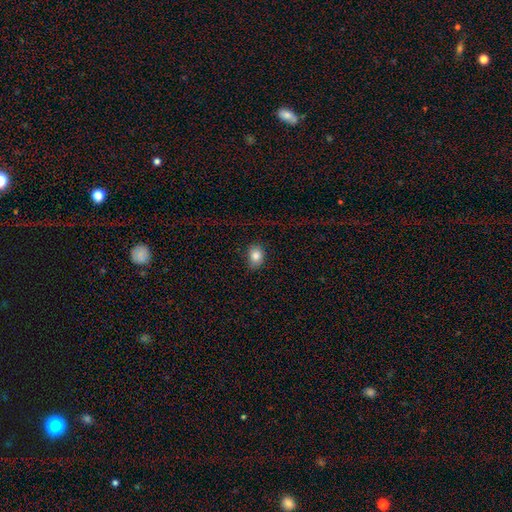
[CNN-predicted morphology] smooth-or-featured: smooth: 84% | star or artifact: 9% | featured or disk: 7%
  how-rounded: in between: 58% | round: 41% | cigar-shaped: 1%
  merging: none: 77% | minor disturbance: 17% | major disturbance: 5% | merger: 1%